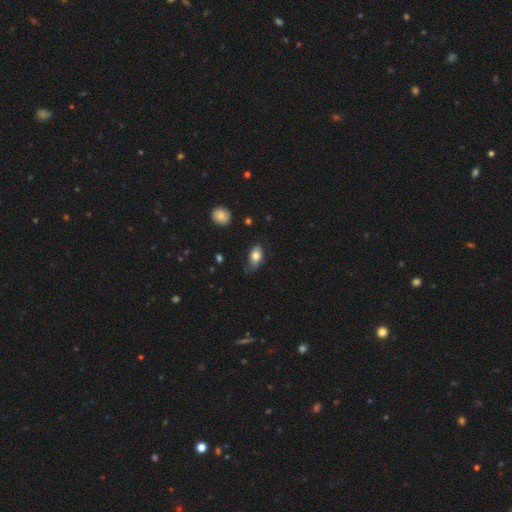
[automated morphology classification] Smooth or featured?
  - smooth: 79% *
  - featured or disk: 13%
  - star or artifact: 7%
How rounded?
  - in between: 89% *
  - round: 8%
  - cigar-shaped: 3%
Merging?
  - none: 61% *
  - minor disturbance: 31%
  - major disturbance: 7%
  - merger: 2%